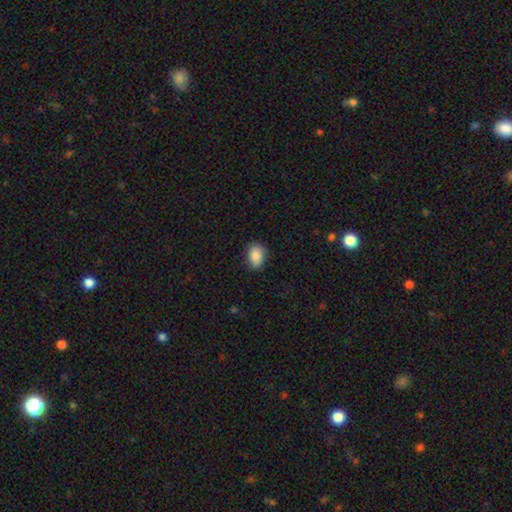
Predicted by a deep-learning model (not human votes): Smooth or featured? Predicted: smooth (p=0.87). How rounded? Predicted: in between (p=0.80). Merging? Predicted: none (p=0.80).